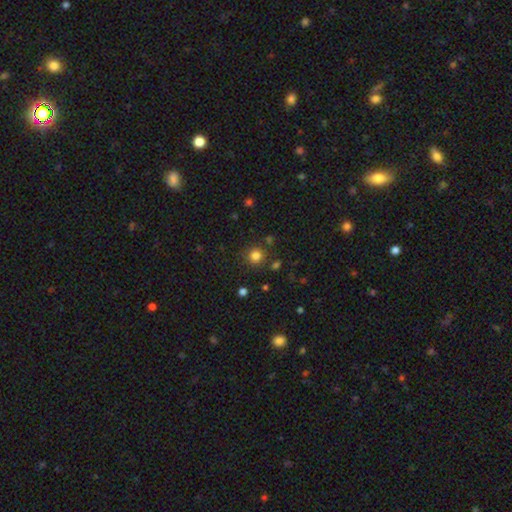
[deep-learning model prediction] Smooth or featured: smooth — 81% (star or artifact — 14%)
How rounded: round — 93% (in between — 6%)
Merging: none — 84% (minor disturbance — 8%)